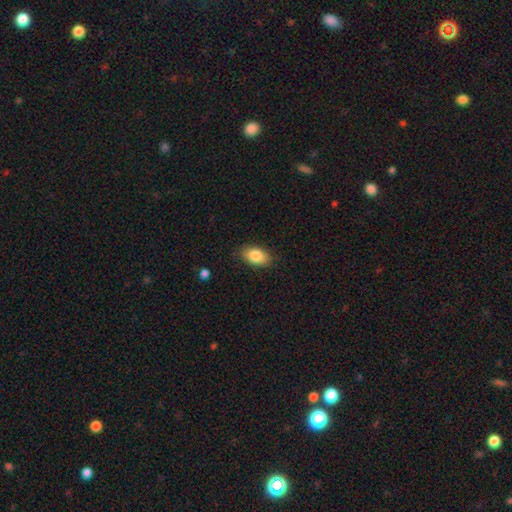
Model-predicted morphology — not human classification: Smooth or featured?
  - smooth: 85% *
  - featured or disk: 7%
  - star or artifact: 7%
How rounded?
  - in between: 92% *
  - round: 6%
  - cigar-shaped: 2%
Merging?
  - none: 84% *
  - minor disturbance: 12%
  - major disturbance: 3%
  - merger: 1%